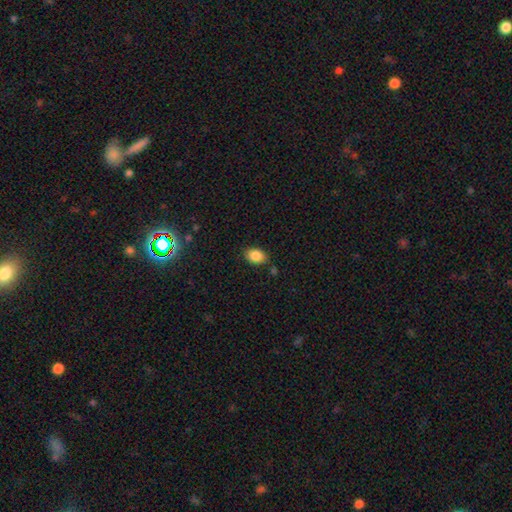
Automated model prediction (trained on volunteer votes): Morphology: type=smooth (87%); roundness=in between (79%); merging=none (82%).